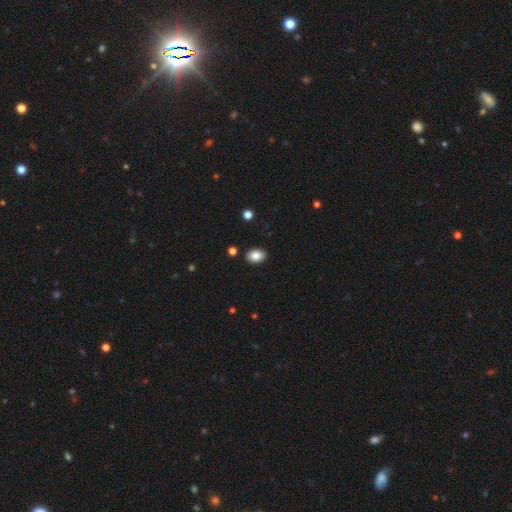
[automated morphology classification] smooth-or-featured: smooth: 85% | star or artifact: 8% | featured or disk: 7%
  how-rounded: in between: 79% | round: 20% | cigar-shaped: 1%
  merging: none: 89% | minor disturbance: 7% | merger: 2% | major disturbance: 2%